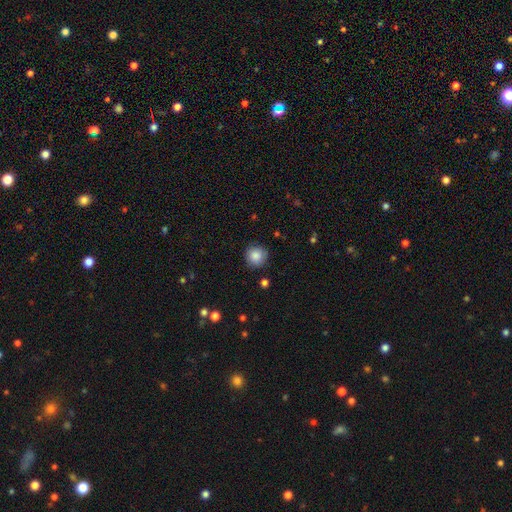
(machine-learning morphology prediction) Q: Smooth or featured?
A: smooth (86%); runner-up: star or artifact (9%)
Q: How rounded?
A: round (94%); runner-up: in between (5%)
Q: Merging?
A: none (88%); runner-up: minor disturbance (9%)